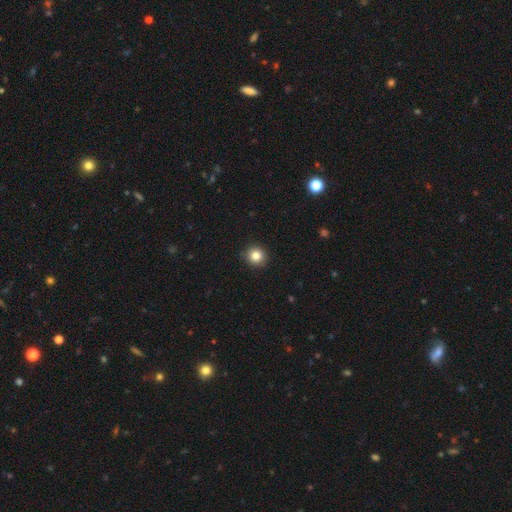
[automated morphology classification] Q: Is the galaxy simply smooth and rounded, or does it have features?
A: smooth — 83%.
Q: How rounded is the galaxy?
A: round — 93%.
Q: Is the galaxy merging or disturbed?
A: none — 92%.